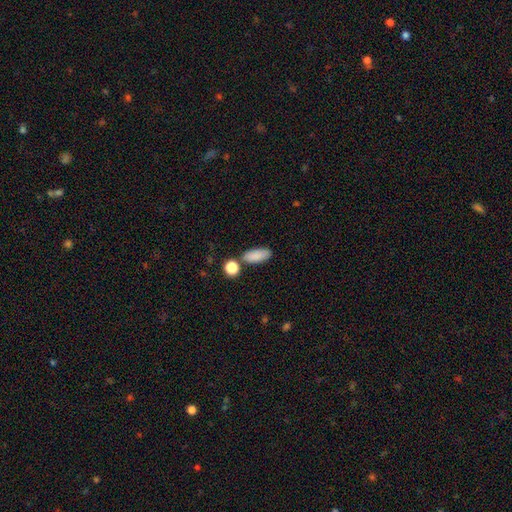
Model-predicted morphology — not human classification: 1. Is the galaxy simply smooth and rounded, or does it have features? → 86% smooth, 8% star or artifact, 6% featured or disk.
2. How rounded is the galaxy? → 79% in between, 16% cigar-shaped, 5% round.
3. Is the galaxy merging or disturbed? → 72% none, 13% minor disturbance, 12% merger, 4% major disturbance.